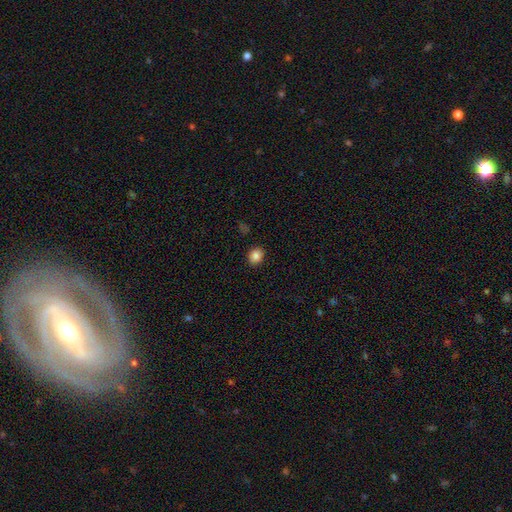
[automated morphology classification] Smooth or featured? smooth (85%)
How rounded? round (59%)
Merging? none (90%)